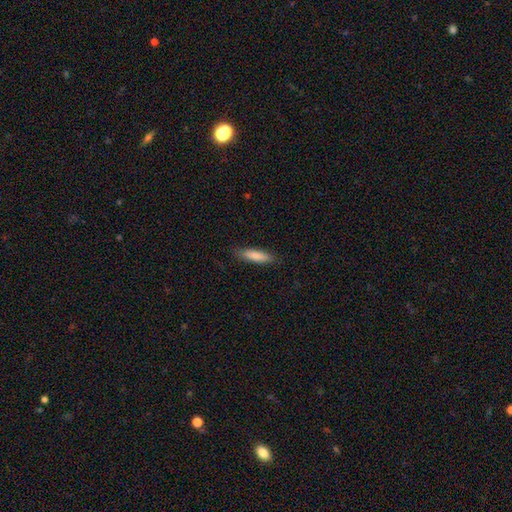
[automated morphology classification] smooth 83%, featured or disk 11%, star or artifact 6%. Down the decision tree: how rounded — cigar-shaped (68%); merging — none (85%).